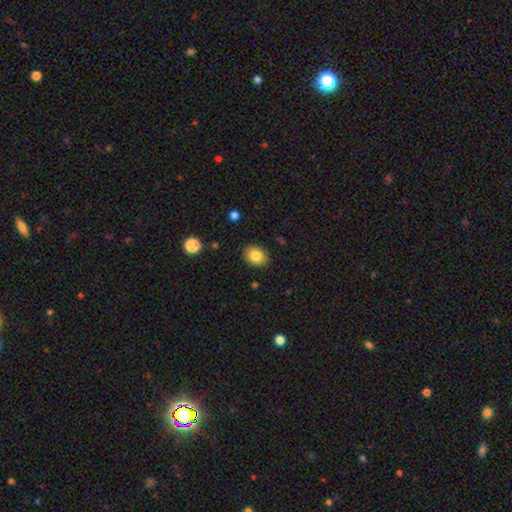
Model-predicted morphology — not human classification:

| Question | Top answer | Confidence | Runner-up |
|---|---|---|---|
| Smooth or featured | smooth | 83% | star or artifact (9%) |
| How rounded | in between | 52% | round (47%) |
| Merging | none | 89% | minor disturbance (8%) |